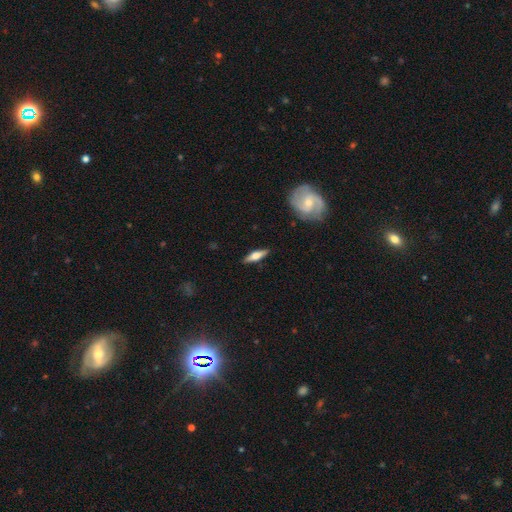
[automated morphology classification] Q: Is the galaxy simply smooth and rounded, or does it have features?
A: featured or disk — 51%.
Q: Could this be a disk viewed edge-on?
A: yes — 92%.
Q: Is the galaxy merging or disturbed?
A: none — 88%.